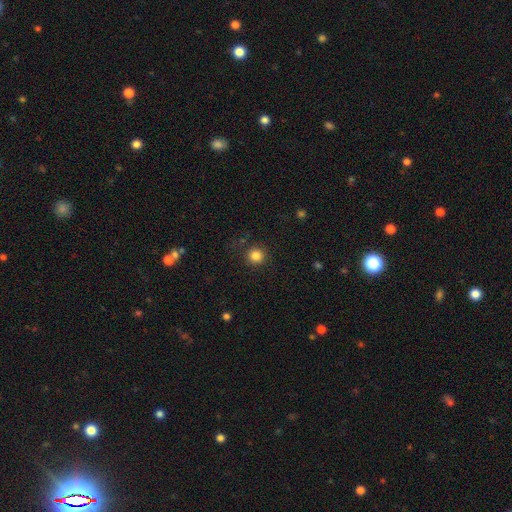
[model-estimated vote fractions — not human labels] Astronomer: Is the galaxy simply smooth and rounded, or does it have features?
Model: smooth — 84%.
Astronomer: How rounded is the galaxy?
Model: round — 93%.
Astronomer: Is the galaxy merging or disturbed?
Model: none — 87%.